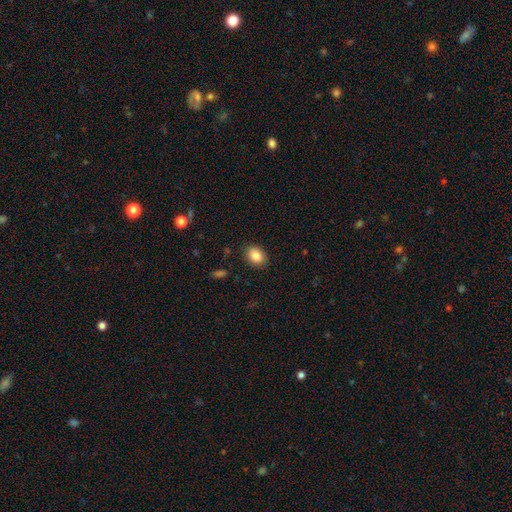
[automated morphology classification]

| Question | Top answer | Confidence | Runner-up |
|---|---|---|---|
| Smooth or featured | smooth | 86% | star or artifact (8%) |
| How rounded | in between | 68% | round (31%) |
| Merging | none | 88% | minor disturbance (8%) |